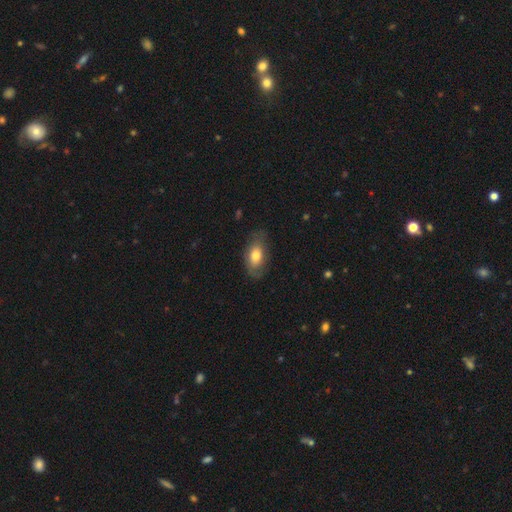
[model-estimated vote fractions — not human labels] This is likely a smooth galaxy (68%). How rounded: clearly in between (89%). Merging: likely none (69%).